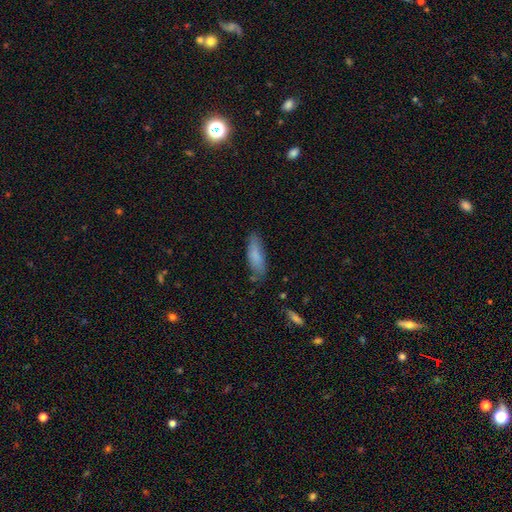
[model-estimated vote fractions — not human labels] Smooth or featured? Predicted: smooth (p=0.81). How rounded? Predicted: in between (p=0.53). Merging? Predicted: none (p=0.74).